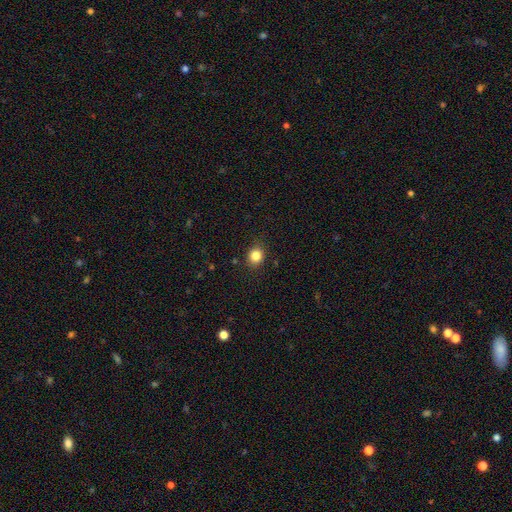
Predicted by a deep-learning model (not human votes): Smooth or featured: smooth — 84% (star or artifact — 11%)
How rounded: round — 76% (in between — 23%)
Merging: none — 87% (minor disturbance — 9%)